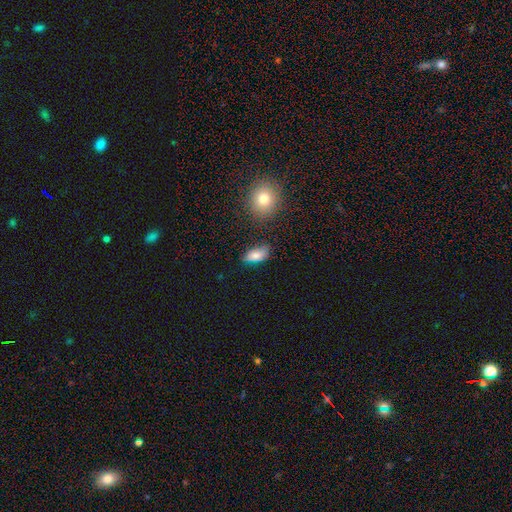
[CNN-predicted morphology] Smooth or featured?
  - smooth: 78% *
  - featured or disk: 12%
  - star or artifact: 10%
How rounded?
  - in between: 89% *
  - round: 6%
  - cigar-shaped: 5%
Merging?
  - none: 67% *
  - minor disturbance: 24%
  - major disturbance: 5%
  - merger: 3%